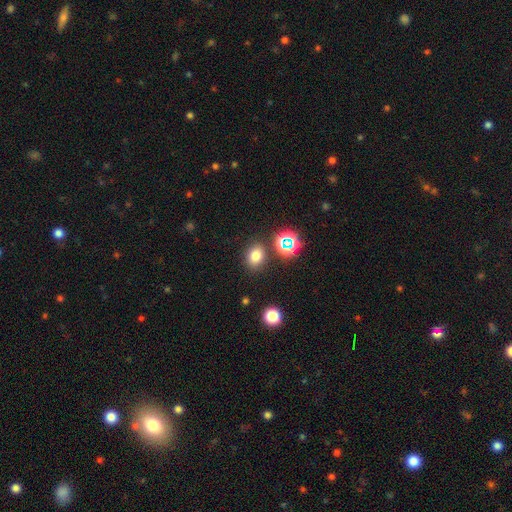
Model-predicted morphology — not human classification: type=smooth (75%); roundness=in between (52%); merging=none (81%).